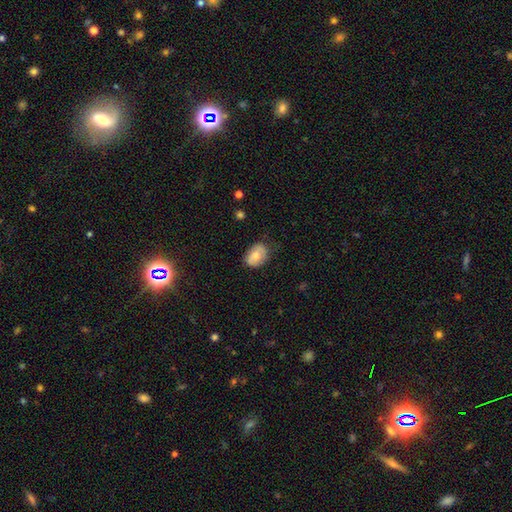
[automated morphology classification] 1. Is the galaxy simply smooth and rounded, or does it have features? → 73% smooth, 20% featured or disk, 7% star or artifact.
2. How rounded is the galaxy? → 77% in between, 22% round, 1% cigar-shaped.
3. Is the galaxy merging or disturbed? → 67% none, 26% minor disturbance, 5% major disturbance, 1% merger.